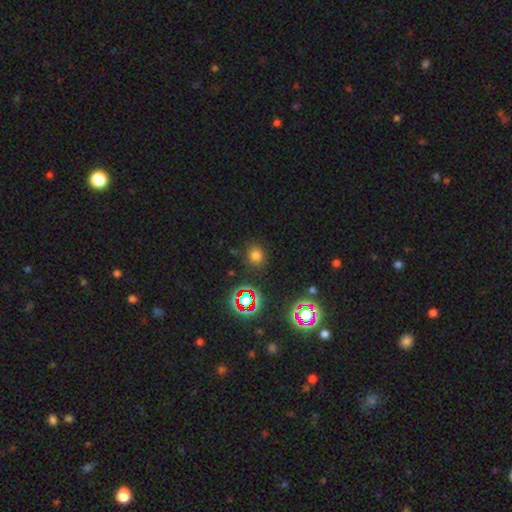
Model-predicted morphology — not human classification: Smooth or featured? smooth (66%)
How rounded? round (85%)
Merging? none (84%)